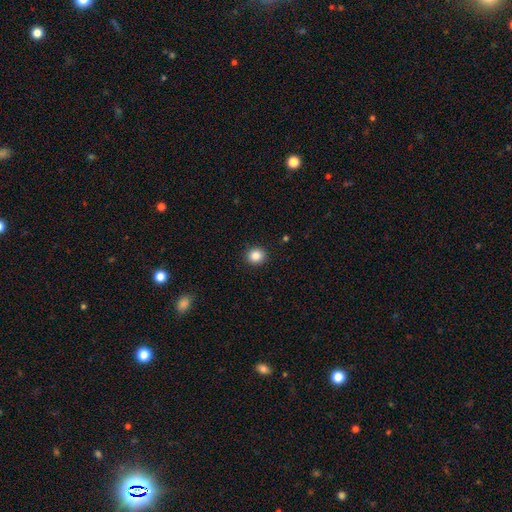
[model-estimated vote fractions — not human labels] smooth-or-featured: smooth: 86% | star or artifact: 10% | featured or disk: 4%
  how-rounded: round: 89% | in between: 10% | cigar-shaped: 1%
  merging: none: 92% | minor disturbance: 5% | major disturbance: 2% | merger: 1%